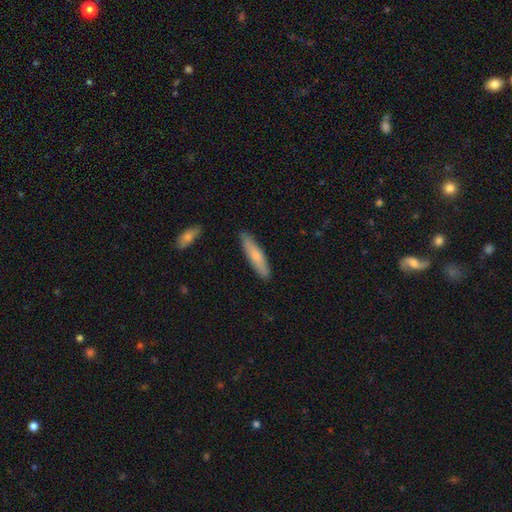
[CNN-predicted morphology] Smooth or featured?
  - smooth: 64% *
  - featured or disk: 30%
  - star or artifact: 6%
How rounded?
  - cigar-shaped: 81% *
  - in between: 17%
  - round: 2%
Merging?
  - none: 87% *
  - minor disturbance: 10%
  - major disturbance: 2%
  - merger: 1%